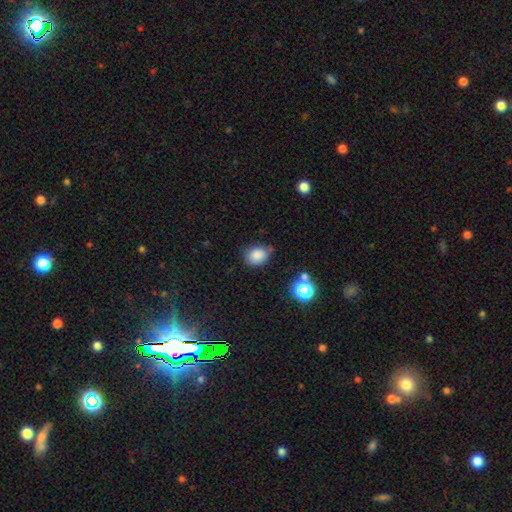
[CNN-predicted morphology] Smooth or featured? smooth (84%)
How rounded? in between (57%)
Merging? none (72%)